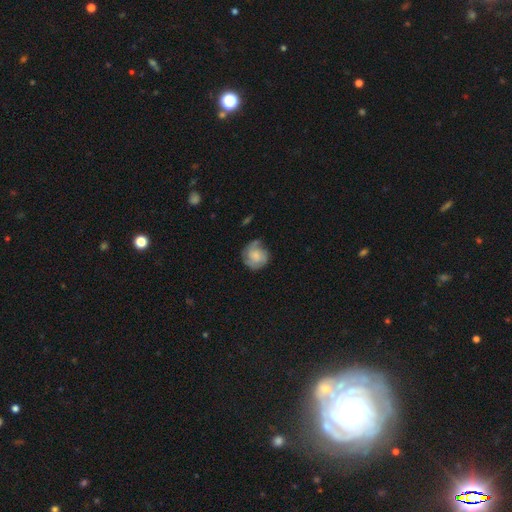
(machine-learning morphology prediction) A featured or disk galaxy (47%). Merging: none (64%).